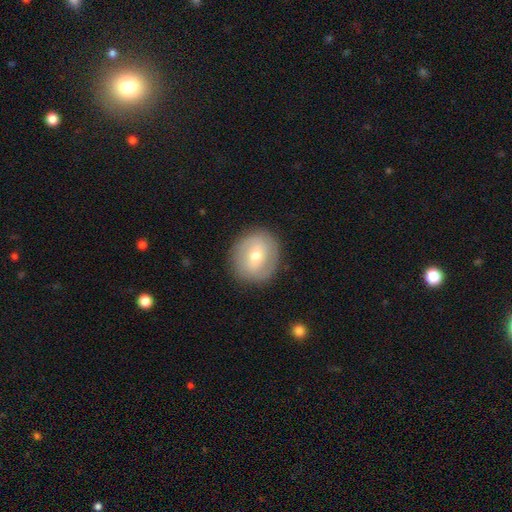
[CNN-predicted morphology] The model was most divided on "smooth or featured": smooth: 51%, featured or disk: 41%, star or artifact: 7%. More confident: merging — none (86%); how rounded — round (84%).